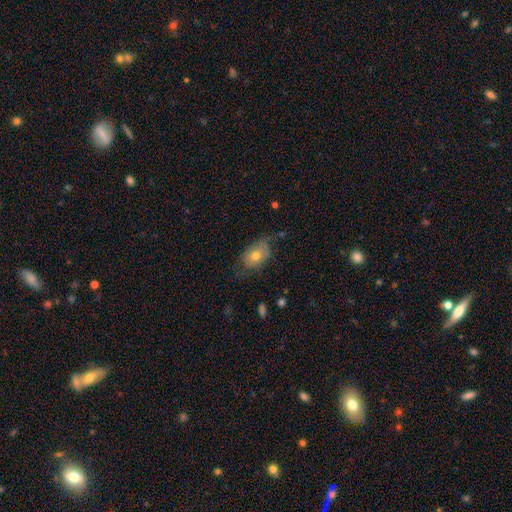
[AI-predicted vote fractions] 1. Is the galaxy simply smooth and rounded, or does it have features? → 67% smooth, 26% featured or disk, 8% star or artifact.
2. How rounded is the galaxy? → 78% in between, 20% round, 2% cigar-shaped.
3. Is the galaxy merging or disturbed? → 48% none, 32% minor disturbance, 18% major disturbance, 2% merger.